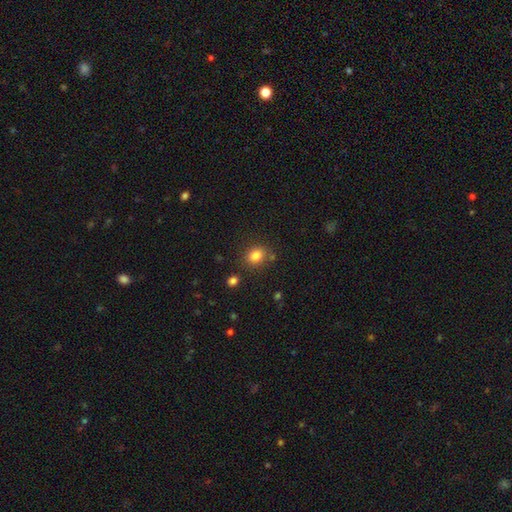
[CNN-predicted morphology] Smooth or featured? smooth (83%)
How rounded? round (60%)
Merging? none (81%)